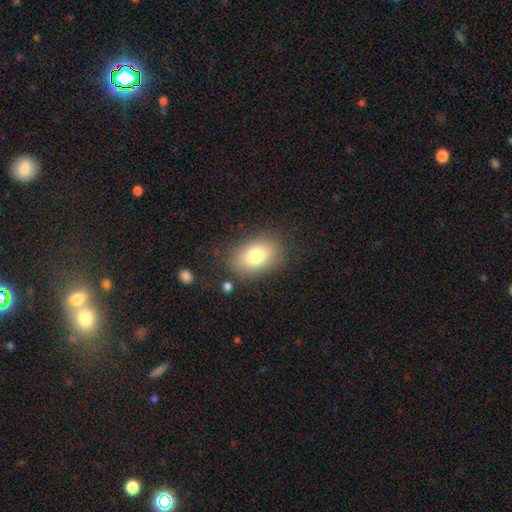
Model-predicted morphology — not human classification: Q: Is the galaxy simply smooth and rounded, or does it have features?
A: smooth — 79%.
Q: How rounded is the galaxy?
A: in between — 82%.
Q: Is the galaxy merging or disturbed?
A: none — 81%.